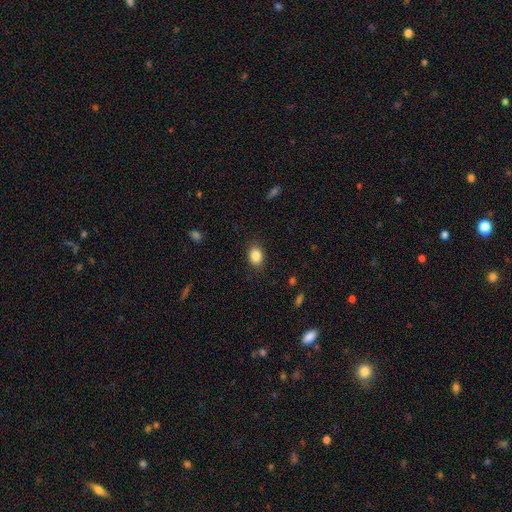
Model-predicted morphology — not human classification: smooth-or-featured: smooth: 86% | star or artifact: 9% | featured or disk: 5%
  how-rounded: in between: 72% | round: 27% | cigar-shaped: 1%
  merging: none: 85% | minor disturbance: 11% | major disturbance: 3% | merger: 1%